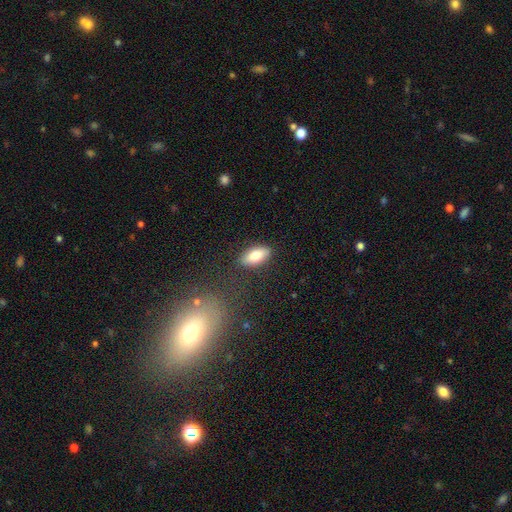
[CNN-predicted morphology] Smooth or featured: smooth — 77% (featured or disk — 16%)
How rounded: in between — 86% (cigar-shaped — 10%)
Merging: none — 86% (minor disturbance — 10%)